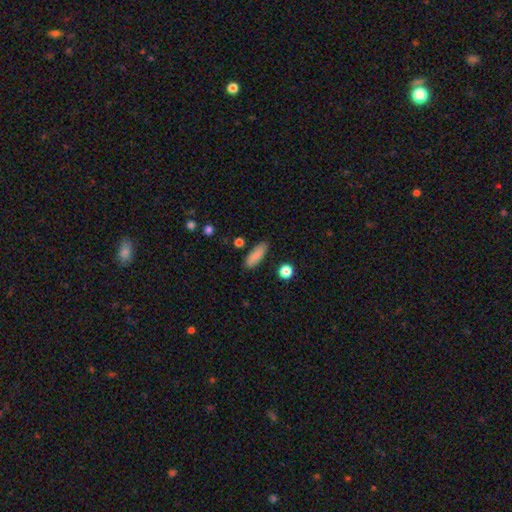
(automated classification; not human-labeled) This appears to be a smooth galaxy with no disk features (86%) that is in between round and cigar-shaped (60%). Merging: none (85%).